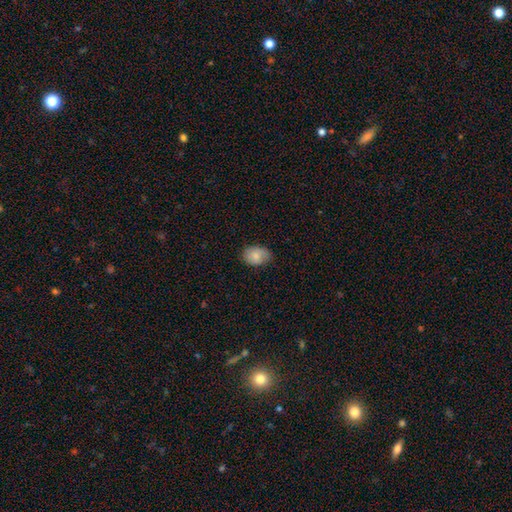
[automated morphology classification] smooth-or-featured: smooth: 79% | featured or disk: 14% | star or artifact: 7%
  how-rounded: in between: 76% | round: 23% | cigar-shaped: 1%
  merging: none: 71% | minor disturbance: 24% | major disturbance: 4% | merger: 1%